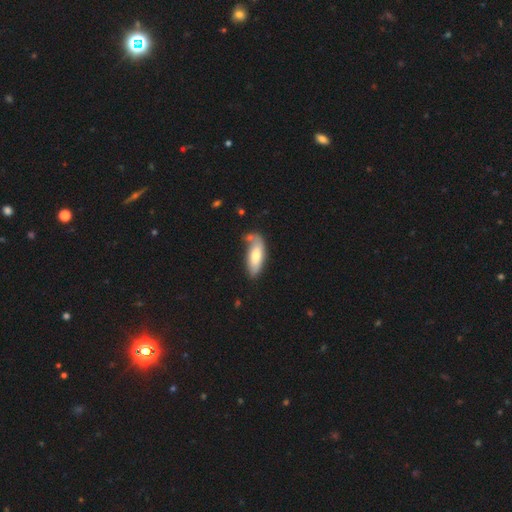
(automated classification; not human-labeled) Smooth or featured: smooth — 68% (featured or disk — 27%)
How rounded: in between — 76% (cigar-shaped — 21%)
Merging: none — 51% (minor disturbance — 26%)